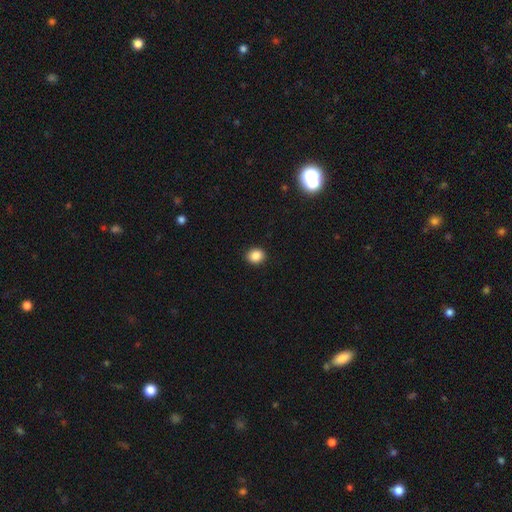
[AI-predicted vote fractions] This is clearly a smooth galaxy (87%). How rounded: likely round (73%). Merging: clearly none (92%).